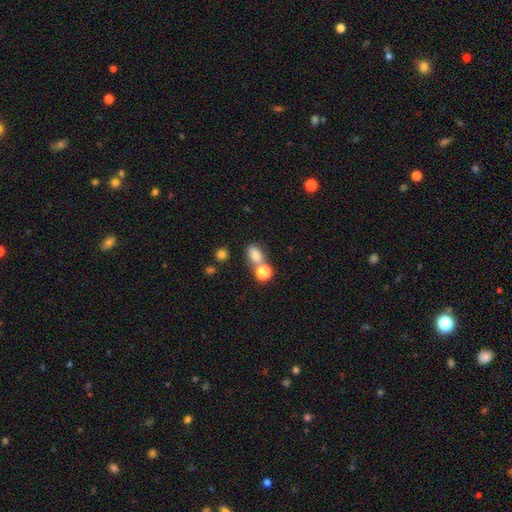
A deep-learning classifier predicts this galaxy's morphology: type=smooth (76%); roundness=in between (69%); merging=none (54%).